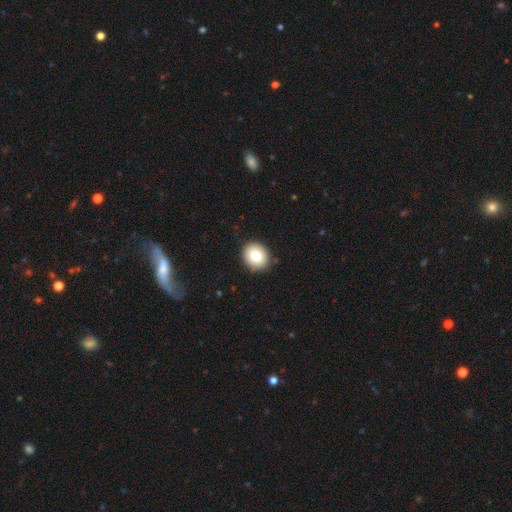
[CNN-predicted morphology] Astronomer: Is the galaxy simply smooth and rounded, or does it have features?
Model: smooth — 79%.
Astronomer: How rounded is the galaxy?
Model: round — 70%.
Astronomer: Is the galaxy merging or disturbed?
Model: none — 89%.